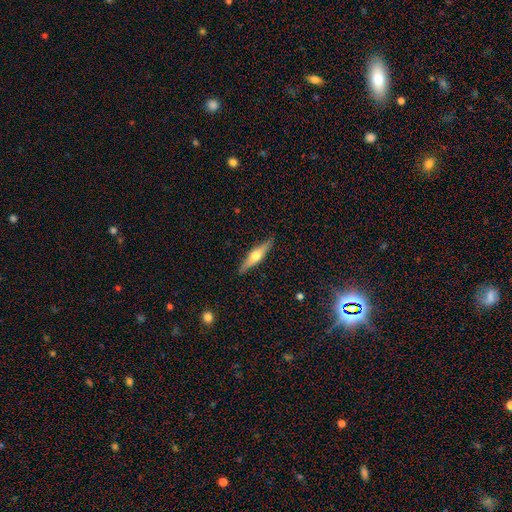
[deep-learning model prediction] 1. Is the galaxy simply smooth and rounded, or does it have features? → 60% featured or disk, 34% smooth, 6% star or artifact.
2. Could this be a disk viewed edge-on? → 95% yes, 5% no.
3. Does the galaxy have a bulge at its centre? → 94% rounded, 3% boxy, 3% none.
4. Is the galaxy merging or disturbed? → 90% none, 8% minor disturbance, 2% major disturbance, 1% merger.